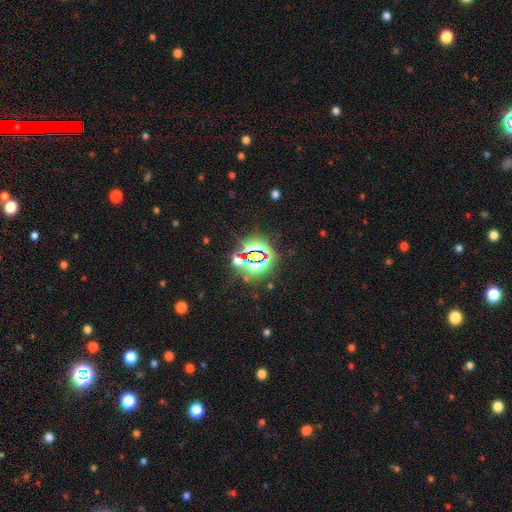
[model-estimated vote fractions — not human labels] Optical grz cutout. It shows a star or artifact, not a galaxy (81%).